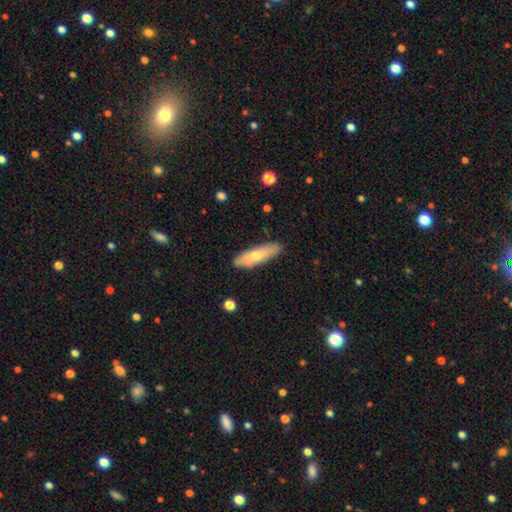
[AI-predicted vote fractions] This appears to be a smooth galaxy with no disk features (64%) that is cigar-shaped (60%). Merging: none (84%).